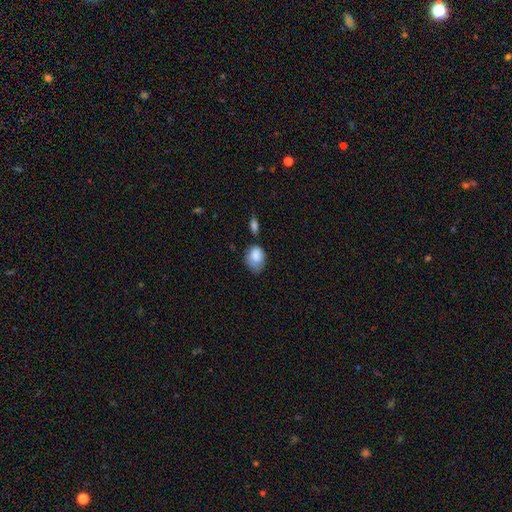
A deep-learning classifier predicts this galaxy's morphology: A smooth galaxy with no disk features (82%) that is in between round and cigar-shaped (73%).

Vote fractions:
- Smooth or featured? smooth: 82% / featured or disk: 10% / star or artifact: 8%
- How rounded? in between: 73% / round: 25% / cigar-shaped: 1%
- Merging? none: 41% / minor disturbance: 37% / major disturbance: 13% / merger: 9%